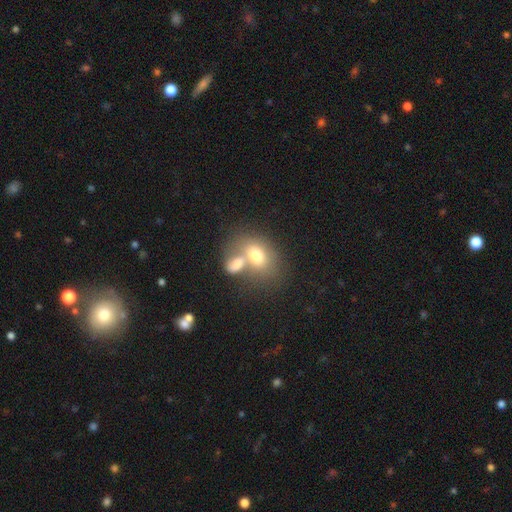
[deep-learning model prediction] Morphology: type=smooth (70%); roundness=in between (75%); merging=merger (60%).